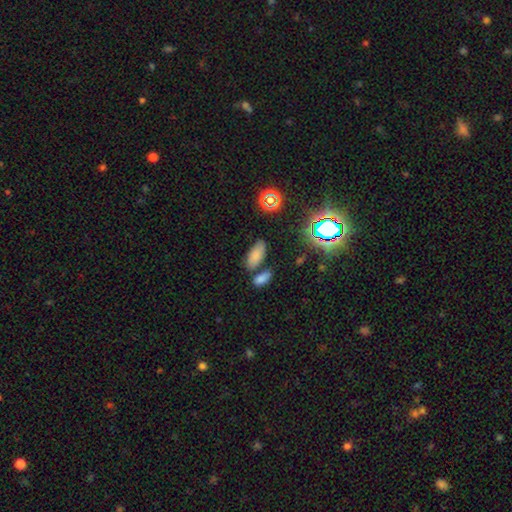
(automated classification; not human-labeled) This is likely a smooth galaxy (77%). How rounded: clearly in between (85%). Merging: likely none (68%).